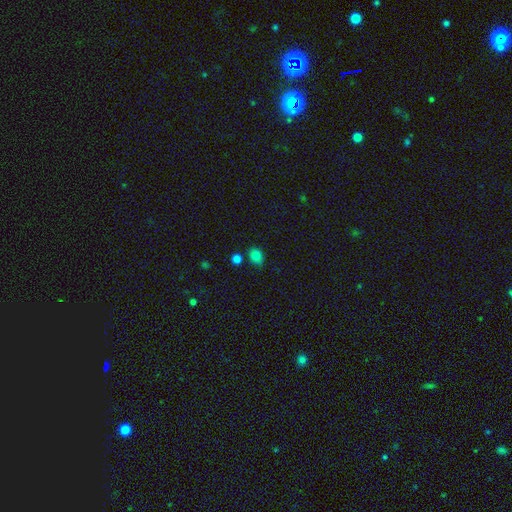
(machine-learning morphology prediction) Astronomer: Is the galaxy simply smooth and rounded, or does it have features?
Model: smooth — 81%.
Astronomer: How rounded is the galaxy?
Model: in between — 57% (runner-up: round, 42%).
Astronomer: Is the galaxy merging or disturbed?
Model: none — 74%.